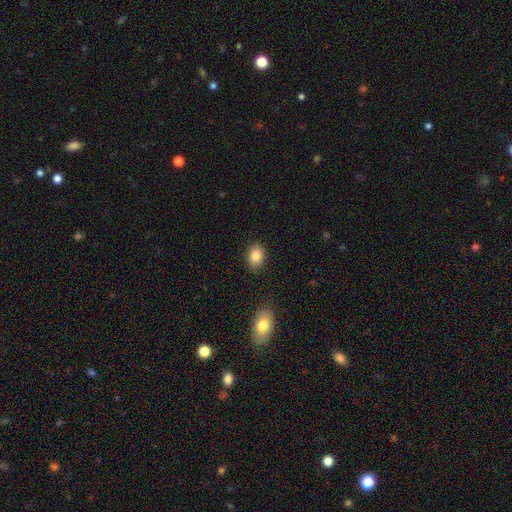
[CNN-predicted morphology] Smooth or featured: smooth — 86% (star or artifact — 9%)
How rounded: in between — 72% (round — 26%)
Merging: none — 86% (minor disturbance — 10%)